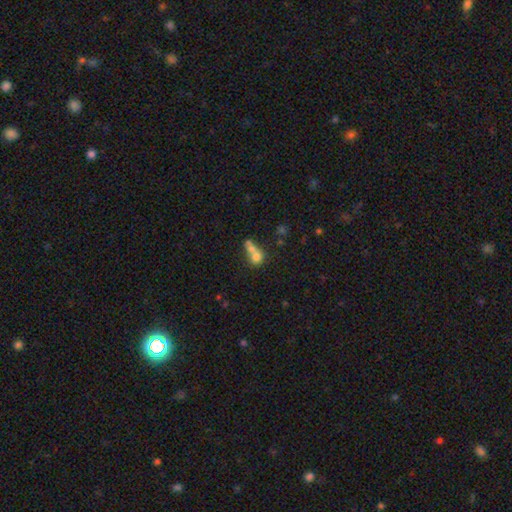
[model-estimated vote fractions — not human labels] Smooth or featured? Predicted: smooth (p=0.67). How rounded? Predicted: round (p=0.65). Merging? Predicted: merger (p=0.64).